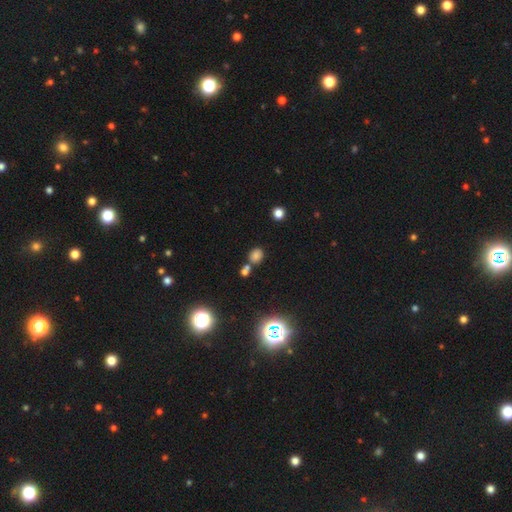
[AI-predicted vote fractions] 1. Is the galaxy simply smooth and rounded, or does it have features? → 72% smooth, 21% star or artifact, 7% featured or disk.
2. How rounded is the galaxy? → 64% round, 35% in between, 2% cigar-shaped.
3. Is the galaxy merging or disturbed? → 59% none, 27% merger, 11% minor disturbance, 4% major disturbance.